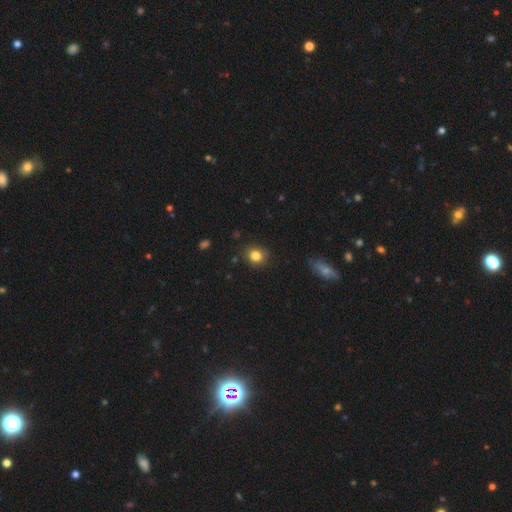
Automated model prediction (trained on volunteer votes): The model was most divided on "how rounded": round: 77%, in between: 22%, cigar-shaped: 1%. More confident: merging — none (86%); smooth or featured — smooth (83%).